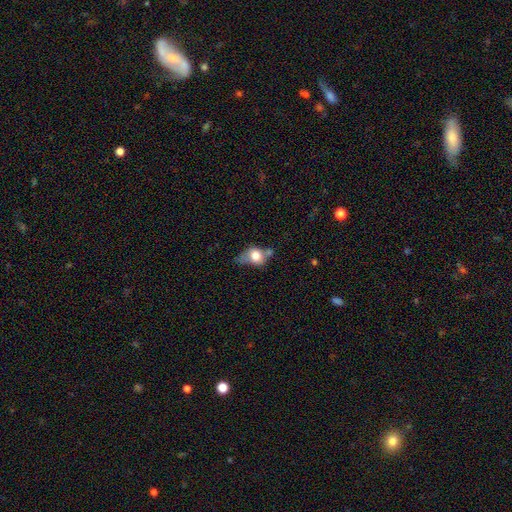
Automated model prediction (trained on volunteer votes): A smooth galaxy with no disk features (70%) that is in between round and cigar-shaped (57%).

Vote fractions:
- Smooth or featured? smooth: 70% / featured or disk: 21% / star or artifact: 9%
- How rounded? in between: 57% / round: 41% / cigar-shaped: 2%
- Merging? minor disturbance: 31% / none: 27% / major disturbance: 22% / merger: 19%